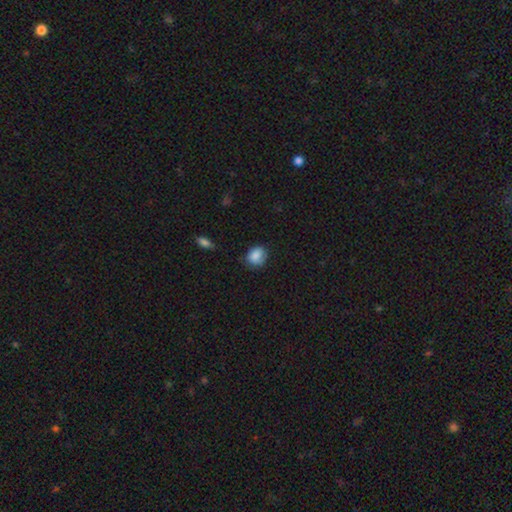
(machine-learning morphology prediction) The model was most divided on "how rounded": round: 65%, in between: 34%, cigar-shaped: 1%. More confident: smooth or featured — smooth (84%); merging — none (67%).